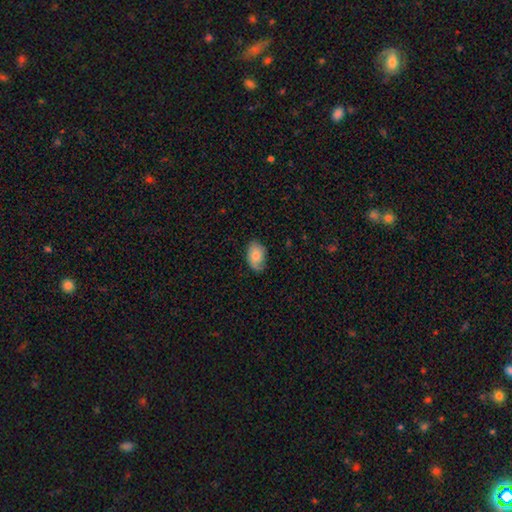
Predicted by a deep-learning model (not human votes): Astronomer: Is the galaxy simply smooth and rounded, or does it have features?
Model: smooth — 74%.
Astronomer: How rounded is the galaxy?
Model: in between — 89%.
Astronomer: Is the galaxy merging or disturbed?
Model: none — 71%.